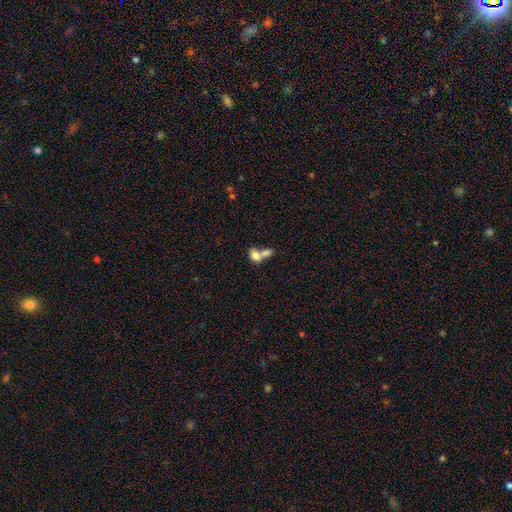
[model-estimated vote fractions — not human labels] Smooth or featured? smooth (76%)
How rounded? in between (75%)
Merging? merger (69%)